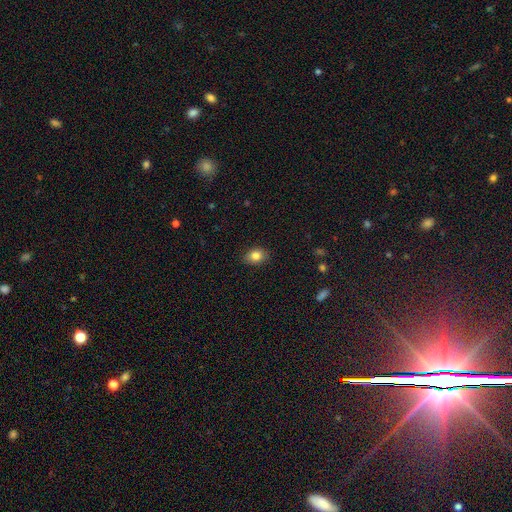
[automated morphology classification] This appears to be a smooth galaxy with no disk features (83%) that is in between round and cigar-shaped (67%). Merging: none (87%).